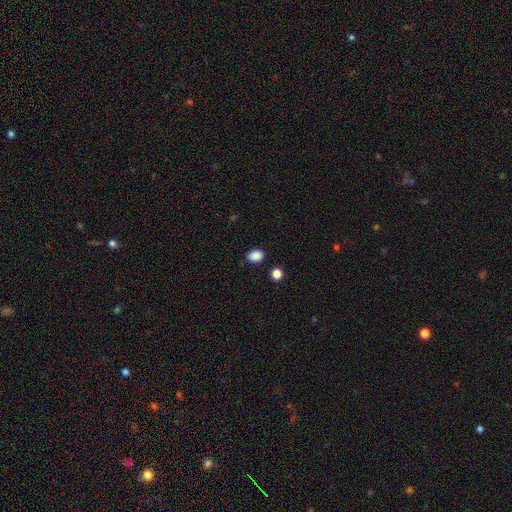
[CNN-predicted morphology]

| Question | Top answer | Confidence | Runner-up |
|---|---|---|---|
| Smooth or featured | smooth | 87% | star or artifact (10%) |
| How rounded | in between | 63% | round (36%) |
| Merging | none | 81% | minor disturbance (13%) |